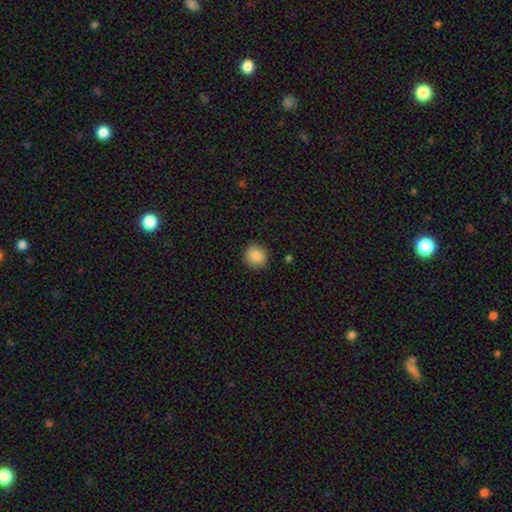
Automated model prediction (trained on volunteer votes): Smooth or featured? smooth (87%)
How rounded? round (91%)
Merging? none (90%)